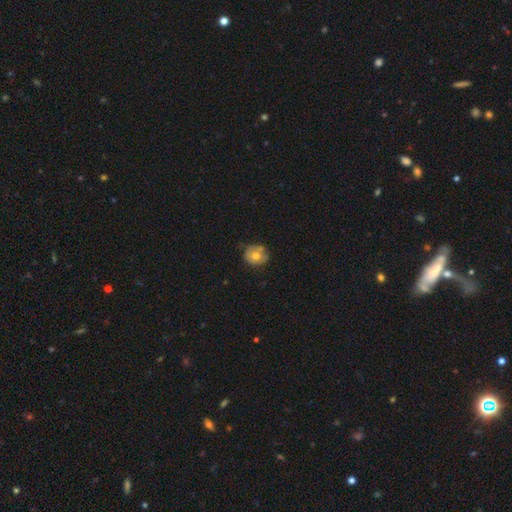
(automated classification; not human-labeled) smooth 59%, featured or disk 34%, star or artifact 8%. Down the decision tree: how rounded — round (78%); merging — none (63%).